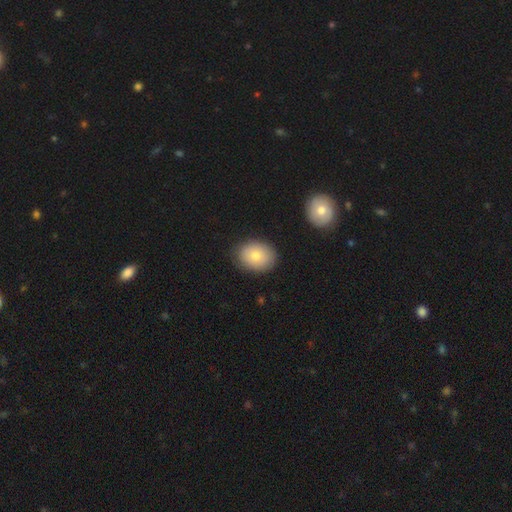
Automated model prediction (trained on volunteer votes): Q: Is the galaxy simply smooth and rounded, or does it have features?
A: smooth — 80%.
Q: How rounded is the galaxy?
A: in between — 57%.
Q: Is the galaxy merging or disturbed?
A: none — 86%.